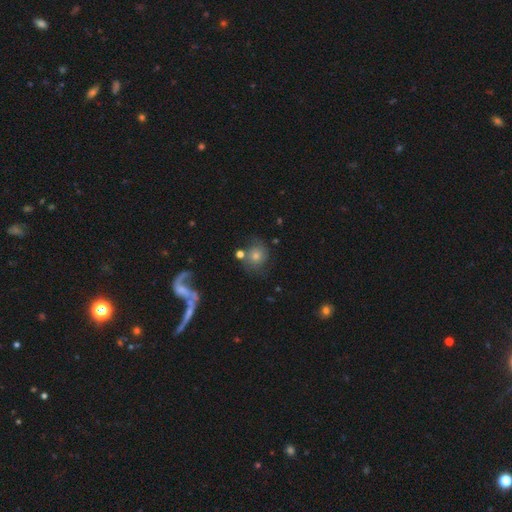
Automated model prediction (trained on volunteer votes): A smooth galaxy with no disk features (43%).

Vote fractions:
- Smooth or featured? smooth: 43% / featured or disk: 39% / star or artifact: 18%
- Merging? none: 62% / minor disturbance: 14% / merger: 13% / major disturbance: 11%